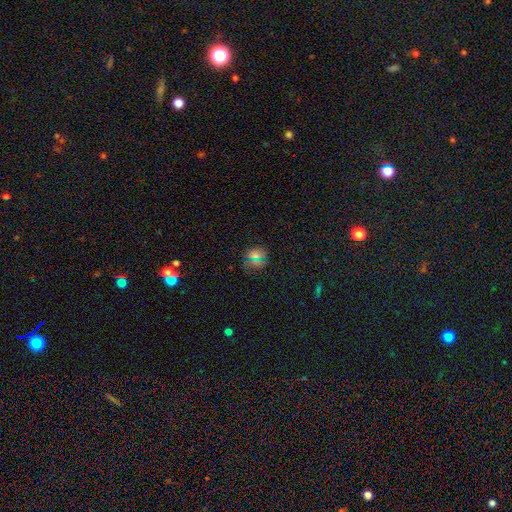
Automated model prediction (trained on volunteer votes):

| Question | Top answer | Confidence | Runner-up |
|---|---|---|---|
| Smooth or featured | smooth | 65% | star or artifact (28%) |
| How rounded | round | 77% | in between (20%) |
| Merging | none | 84% | minor disturbance (11%) |